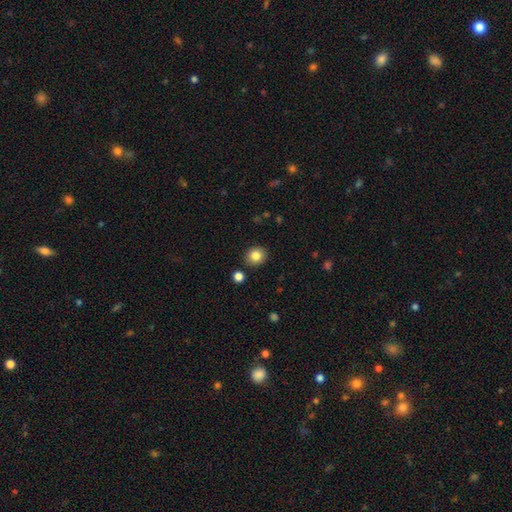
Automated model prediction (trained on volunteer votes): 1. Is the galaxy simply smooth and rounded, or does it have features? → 83% smooth, 10% star or artifact, 7% featured or disk.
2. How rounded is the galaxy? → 77% round, 22% in between, 1% cigar-shaped.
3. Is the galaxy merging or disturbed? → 88% none, 7% minor disturbance, 3% merger, 2% major disturbance.